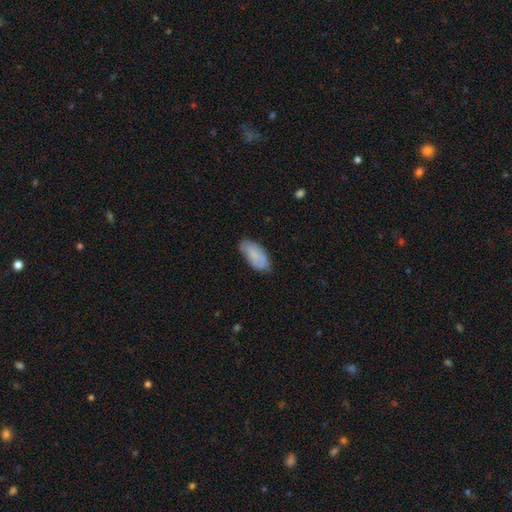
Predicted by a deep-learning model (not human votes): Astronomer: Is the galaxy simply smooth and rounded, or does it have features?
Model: smooth — 70%.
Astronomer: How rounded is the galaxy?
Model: in between — 92%.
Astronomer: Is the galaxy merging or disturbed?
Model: none — 73%.